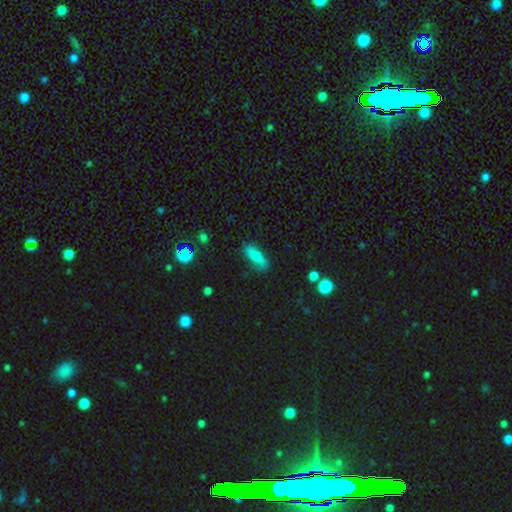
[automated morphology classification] The model was most divided on "how rounded": in between: 51%, cigar-shaped: 46%, round: 3%. More confident: merging — none (73%); smooth or featured — smooth (71%).